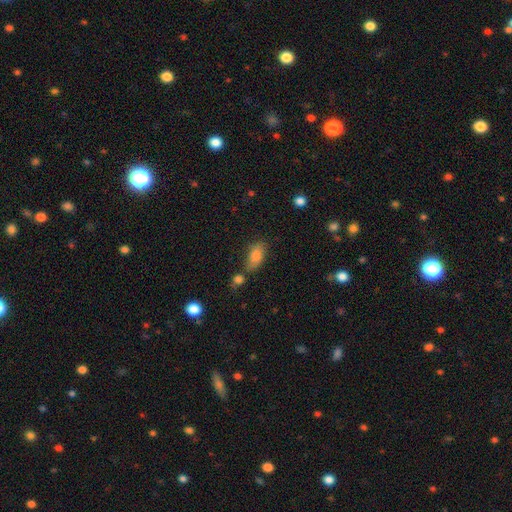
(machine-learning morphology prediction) type=smooth (81%); roundness=in between (88%); merging=none (61%).